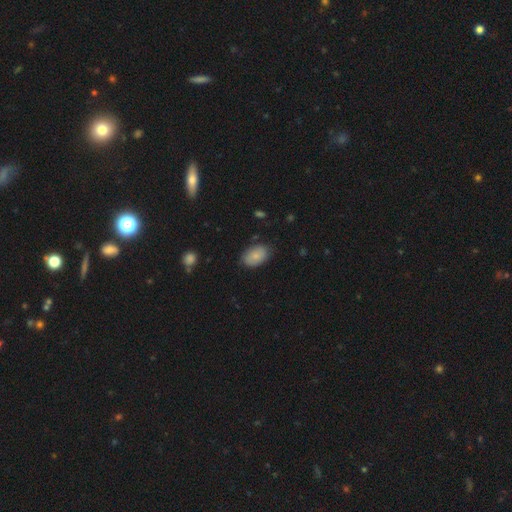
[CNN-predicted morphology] Smooth or featured? Predicted: smooth (p=0.77). How rounded? Predicted: in between (p=0.90). Merging? Predicted: none (p=0.77).